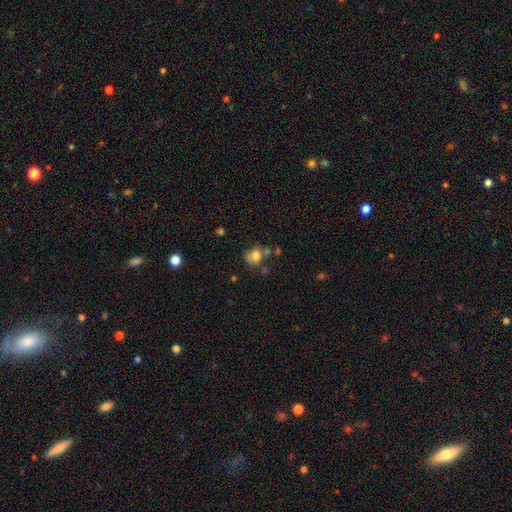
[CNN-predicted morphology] Smooth or featured? Predicted: smooth (p=0.72). How rounded? Predicted: round (p=0.53). Merging? Predicted: none (p=0.45).